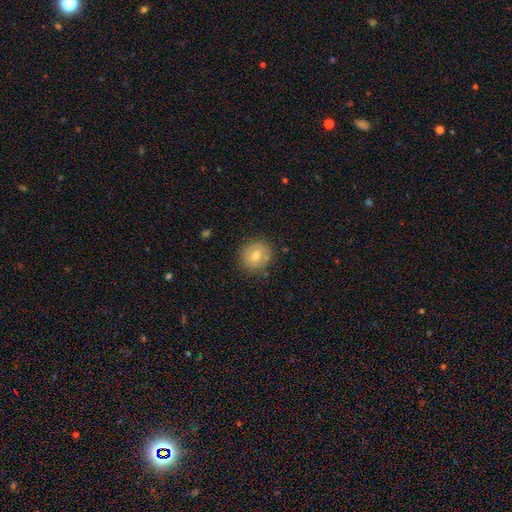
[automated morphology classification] smooth_or_featured: smooth (p=0.69) [alt: featured or disk p=0.21]
how_rounded: round (p=0.87) [alt: in between p=0.12]
merging: none (p=0.86) [alt: minor disturbance p=0.10]